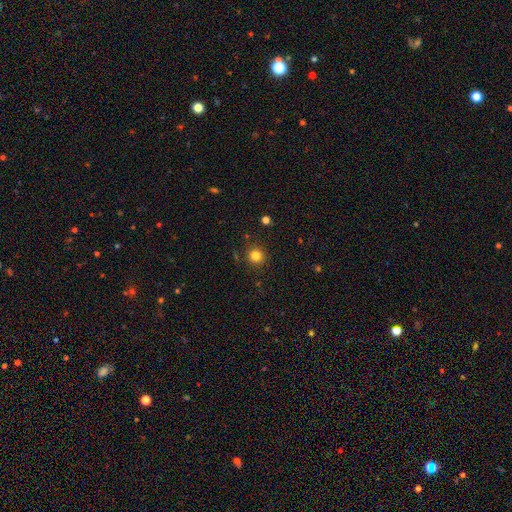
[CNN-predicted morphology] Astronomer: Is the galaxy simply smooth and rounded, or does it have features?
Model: smooth — 82%.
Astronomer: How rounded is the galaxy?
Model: round — 93%.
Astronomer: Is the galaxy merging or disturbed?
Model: none — 90%.